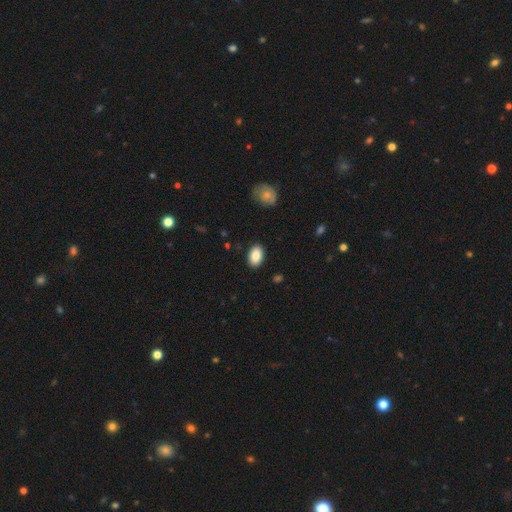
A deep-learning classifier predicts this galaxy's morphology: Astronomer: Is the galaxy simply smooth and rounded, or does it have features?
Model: smooth — 85%.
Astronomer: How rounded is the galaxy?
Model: in between — 90%.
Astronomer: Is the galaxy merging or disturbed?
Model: none — 89%.